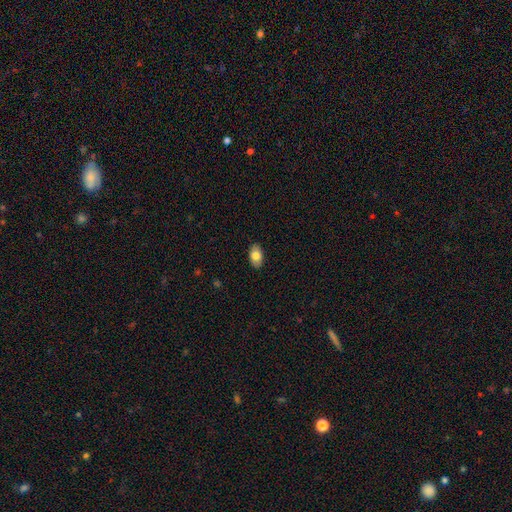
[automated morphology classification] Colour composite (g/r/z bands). It shows a smooth galaxy with no disk features (80%) that is in between round and cigar-shaped (93%). Merging: none (88%).